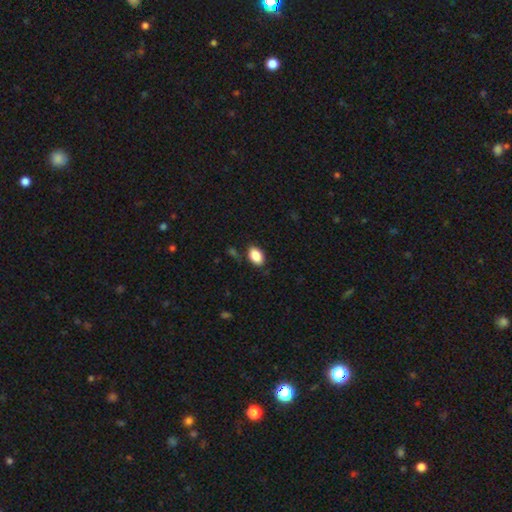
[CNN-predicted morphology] Smooth or featured: smooth — 88% (star or artifact — 8%)
How rounded: in between — 90% (round — 9%)
Merging: none — 82% (minor disturbance — 13%)